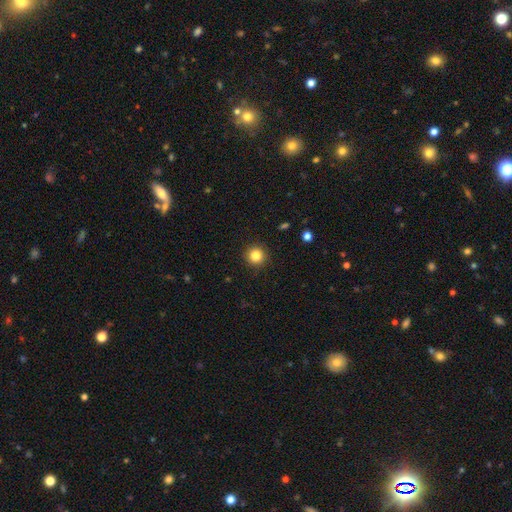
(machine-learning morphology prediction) Q: Smooth or featured?
A: smooth (83%); runner-up: star or artifact (11%)
Q: How rounded?
A: round (95%); runner-up: in between (4%)
Q: Merging?
A: none (92%); runner-up: minor disturbance (5%)